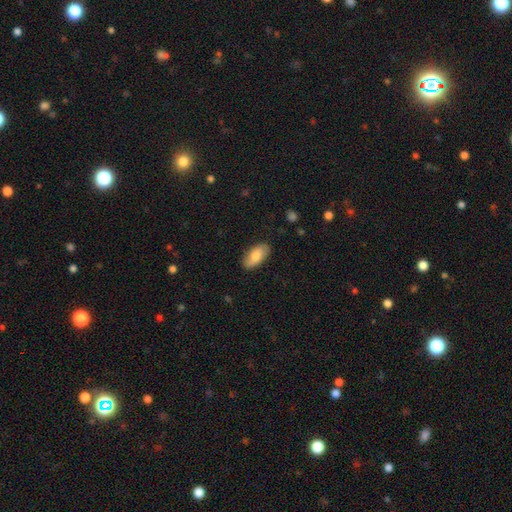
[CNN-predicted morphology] Smooth or featured? smooth (77%)
How rounded? in between (92%)
Merging? none (84%)